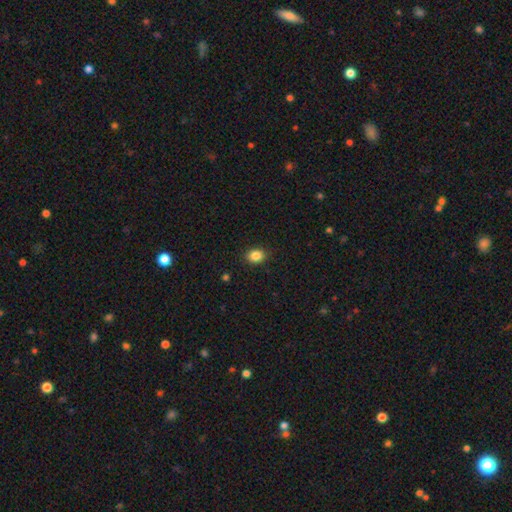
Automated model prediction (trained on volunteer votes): Smooth or featured? smooth (85%)
How rounded? in between (52%)
Merging? none (88%)